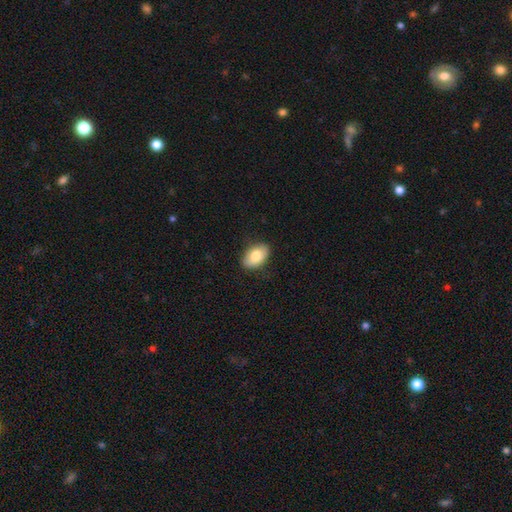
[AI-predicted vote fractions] A smooth galaxy with no disk features (80%) that is in between round and cigar-shaped (91%). Merging: none (83%).